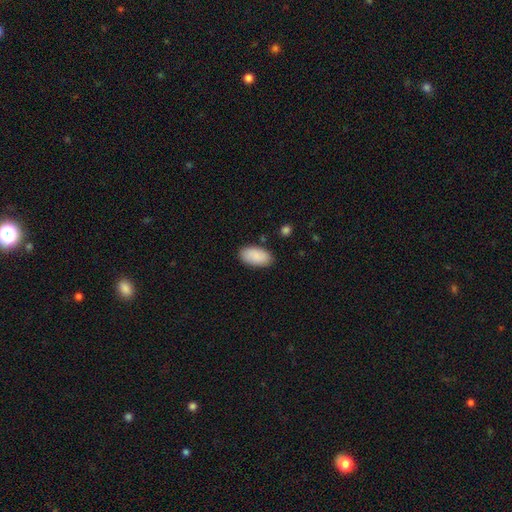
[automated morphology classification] A smooth galaxy with no disk features (90%) that is in between round and cigar-shaped (95%). Merging: none (86%).